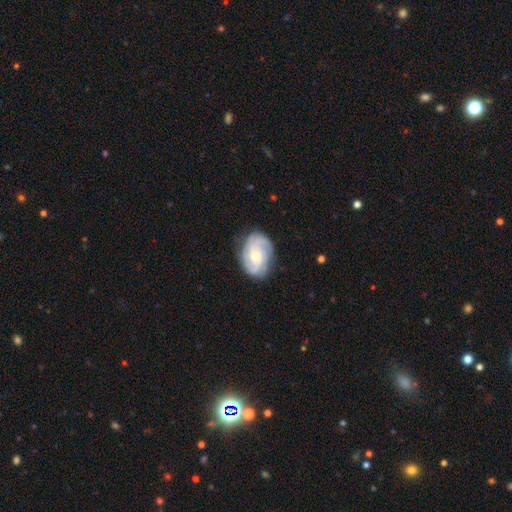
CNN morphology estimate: smooth-or-featured: featured or disk: 79% | smooth: 16% | star or artifact: 5%
  disk-edge-on: no: 98% | yes: 2%
    bar: no: 61% | weak: 34% | strong: 5%
    has-spiral-arms: yes: 95% | no: 5%
      spiral-winding: tight: 53% | medium: 37% | loose: 10%
      spiral-arm-count: 2: 41% | 3: 24% | can't tell: 22% | 4: 5% | 1: 4% | more than 4: 4%
    bulge-size: moderate: 45% | small: 44% | large: 6% | none: 4% | dominant: 1%
  merging: none: 76% | minor disturbance: 18% | major disturbance: 5% | merger: 1%